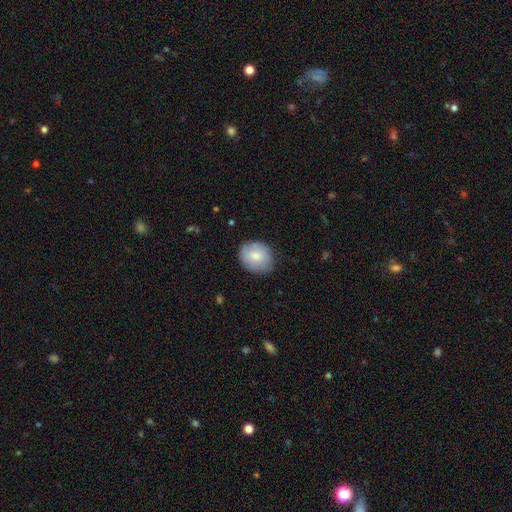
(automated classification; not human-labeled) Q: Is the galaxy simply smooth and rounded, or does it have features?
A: smooth — 78%.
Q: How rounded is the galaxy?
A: round — 60%.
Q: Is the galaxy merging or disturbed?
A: none — 80%.